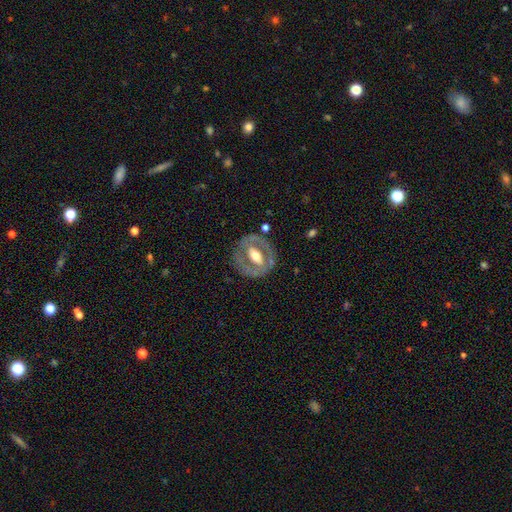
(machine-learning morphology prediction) Overall: featured or disk (68%). Edge-on disk: no (93%). Bar: no (38%; strong 33%). Spiral arms: no (73%). Bulge size: moderate (67%). Merging: none (75%).